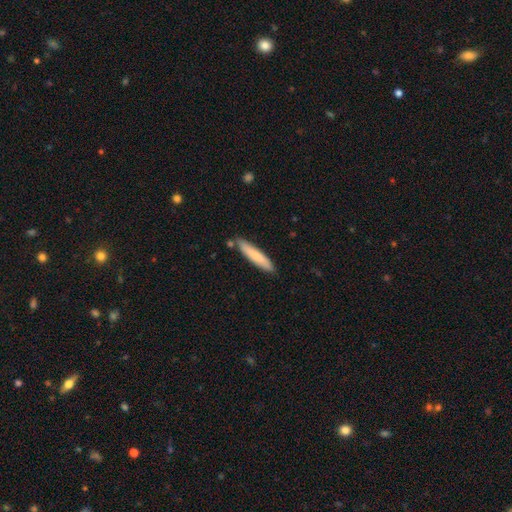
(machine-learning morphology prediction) A smooth galaxy with no disk features (77%) that is cigar-shaped (89%).

Vote fractions:
- Smooth or featured? smooth: 77% / featured or disk: 18% / star or artifact: 5%
- How rounded? cigar-shaped: 89% / in between: 10% / round: 1%
- Merging? none: 83% / minor disturbance: 12% / merger: 4% / major disturbance: 2%